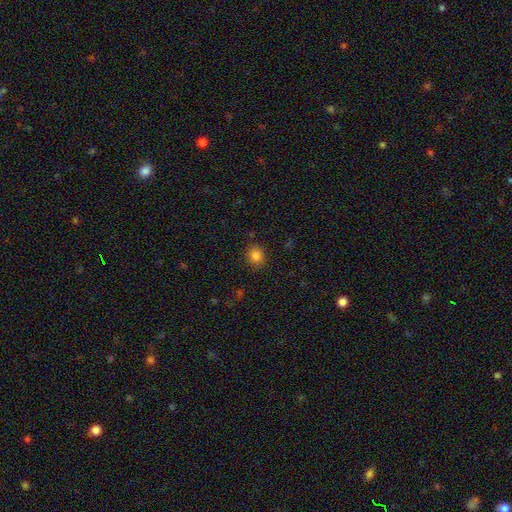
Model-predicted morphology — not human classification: The model was most divided on "how rounded": round: 76%, in between: 24%, cigar-shaped: 1%. More confident: merging — none (88%); smooth or featured — smooth (83%).